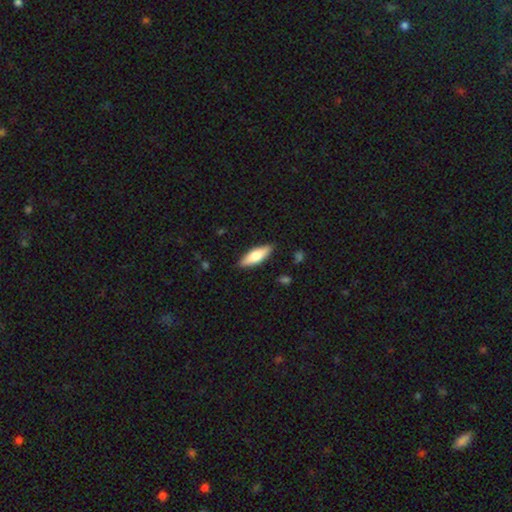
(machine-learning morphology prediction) Smooth or featured? smooth (69%)
How rounded? in between (60%)
Merging? none (87%)